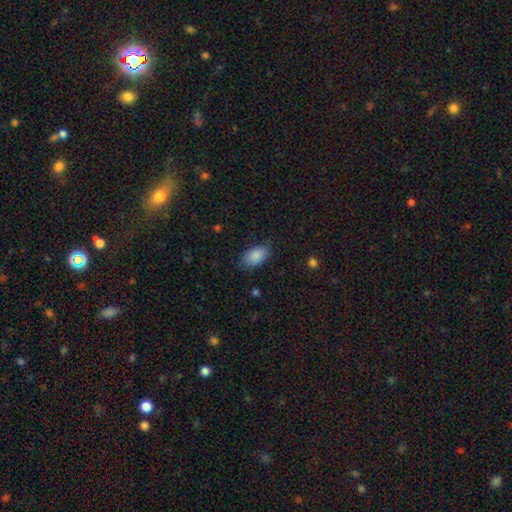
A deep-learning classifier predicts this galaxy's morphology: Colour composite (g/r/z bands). It shows a smooth galaxy with no disk features (88%) that is in between round and cigar-shaped (92%). Merging: none (78%).